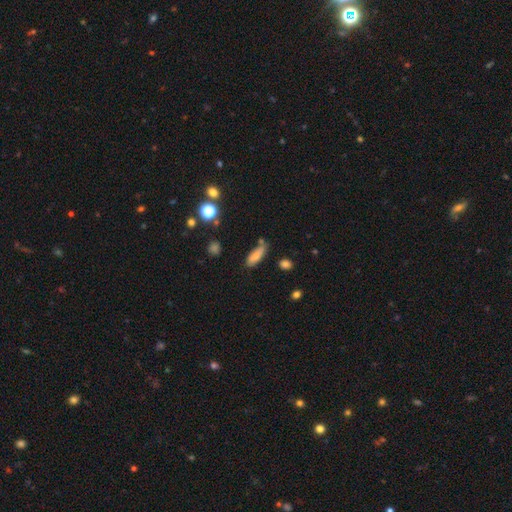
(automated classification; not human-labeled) A smooth galaxy with no disk features (78%) that is in between round and cigar-shaped (60%). Merging: none (62%).